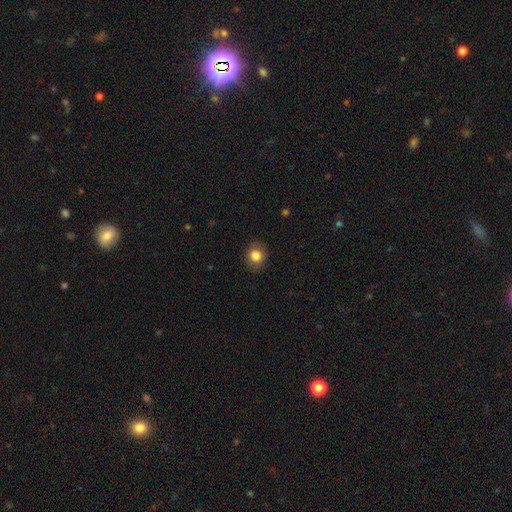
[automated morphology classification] type=smooth (83%); roundness=round (66%); merging=none (86%).